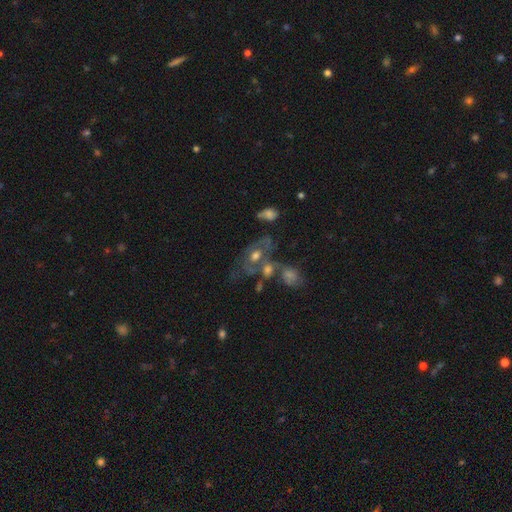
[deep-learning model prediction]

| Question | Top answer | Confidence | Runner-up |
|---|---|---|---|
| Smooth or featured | featured or disk | 52% | smooth (34%) |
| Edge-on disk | no | 93% | yes (7%) |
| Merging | merger | 42% | none (29%) |